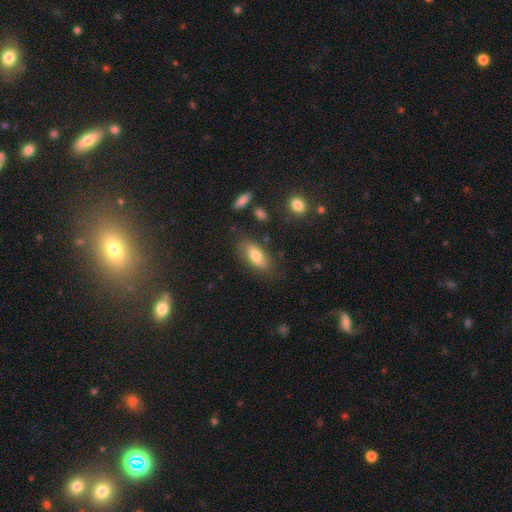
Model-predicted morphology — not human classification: A smooth galaxy with no disk features (72%) that is in between round and cigar-shaped (82%). Merging: none (77%).